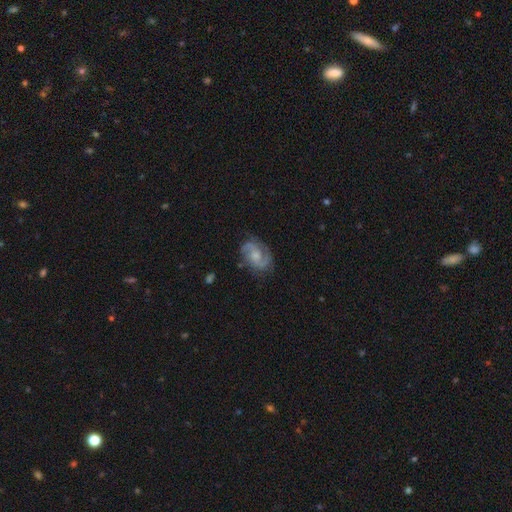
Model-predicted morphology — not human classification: Smooth or featured: featured or disk — 83% (smooth — 11%)
Edge-on disk: no — 98% (yes — 2%)
Bar: no — 59% (weak — 36%)
Spiral arms: yes — 96% (no — 4%)
Spiral winding: medium — 52% (tight — 27%)
Spiral arm count: 2 — 85% (can't tell — 6%)
Bulge size: moderate — 43% (small — 41%)
Merging: none — 75% (minor disturbance — 17%)